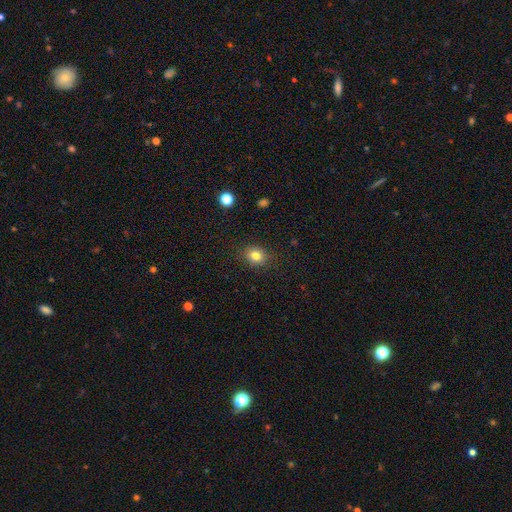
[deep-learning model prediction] Smooth or featured? Predicted: smooth (p=0.81). How rounded? Predicted: round (p=0.67). Merging? Predicted: none (p=0.87).